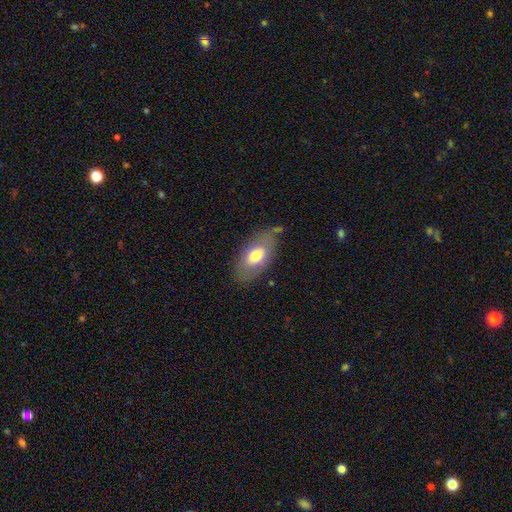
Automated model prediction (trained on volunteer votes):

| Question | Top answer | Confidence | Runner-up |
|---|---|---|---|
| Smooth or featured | smooth | 65% | featured or disk (28%) |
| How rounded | in between | 91% | round (5%) |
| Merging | none | 74% | minor disturbance (17%) |